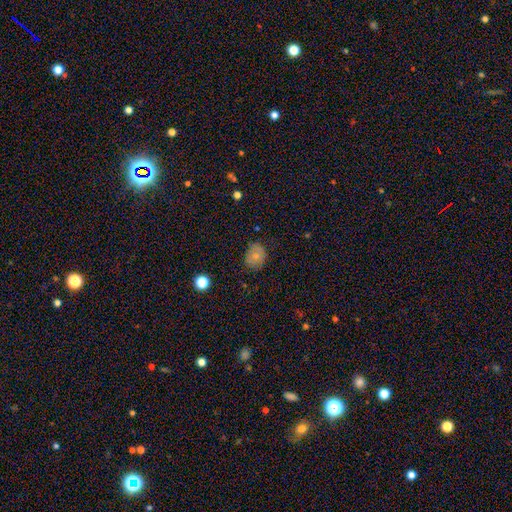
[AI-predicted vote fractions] Smooth or featured? smooth (72%)
How rounded? round (51%)
Merging? none (76%)